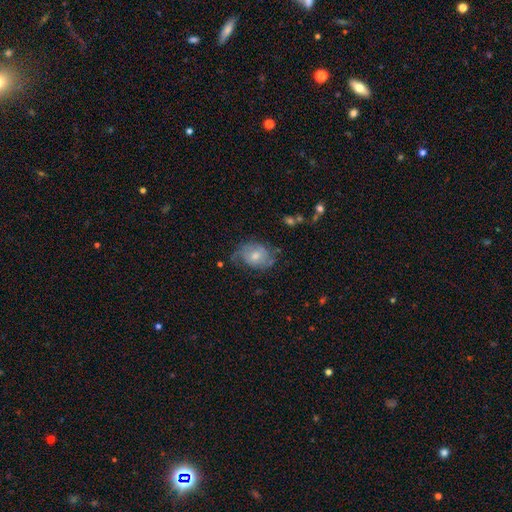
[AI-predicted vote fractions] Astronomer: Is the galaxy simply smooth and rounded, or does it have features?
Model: featured or disk — 52% (runner-up: smooth, 40%).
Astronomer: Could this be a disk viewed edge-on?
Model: no — 96%.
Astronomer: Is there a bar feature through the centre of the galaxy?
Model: no — 64%.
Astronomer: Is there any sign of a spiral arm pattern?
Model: yes — 78%.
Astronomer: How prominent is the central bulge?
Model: moderate — 59%.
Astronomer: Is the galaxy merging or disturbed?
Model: none — 51% (runner-up: minor disturbance, 30%).